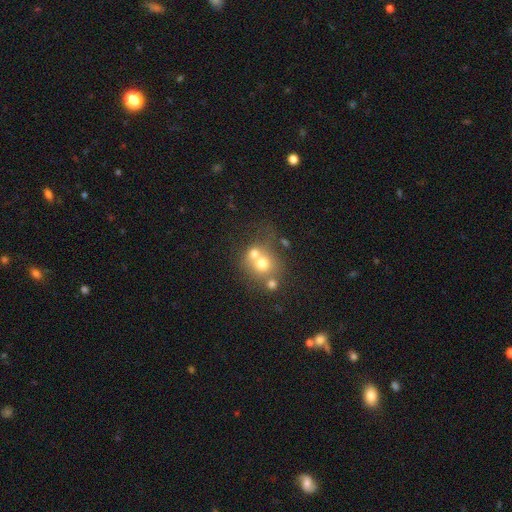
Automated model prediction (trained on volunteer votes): smooth 59%, featured or disk 24%, star or artifact 17%. Down the decision tree: how rounded — round (77%); merging — merger (53%).